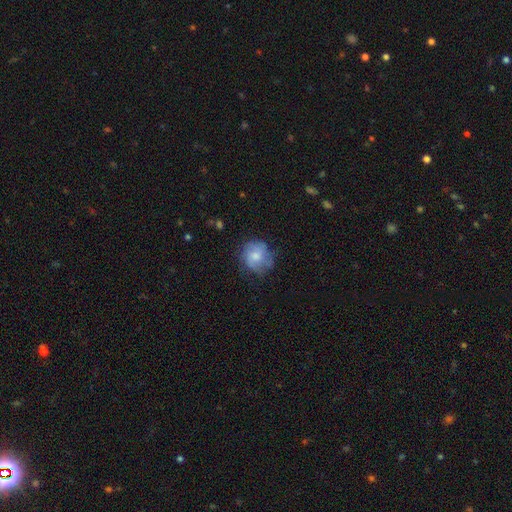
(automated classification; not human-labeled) A smooth galaxy with no disk features (54%) that is round (80%).

Vote fractions:
- Smooth or featured? smooth: 54% / featured or disk: 38% / star or artifact: 8%
- How rounded? round: 80% / in between: 19% / cigar-shaped: 1%
- Merging? none: 63% / minor disturbance: 23% / major disturbance: 12% / merger: 2%